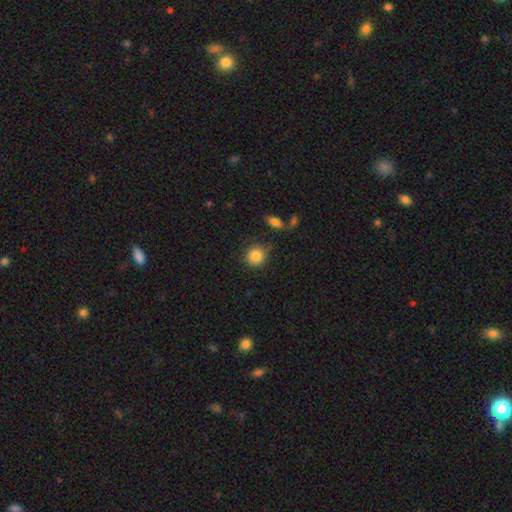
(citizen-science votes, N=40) Overall: smooth (90%). How rounded: round (97%). Merging: none (69%).